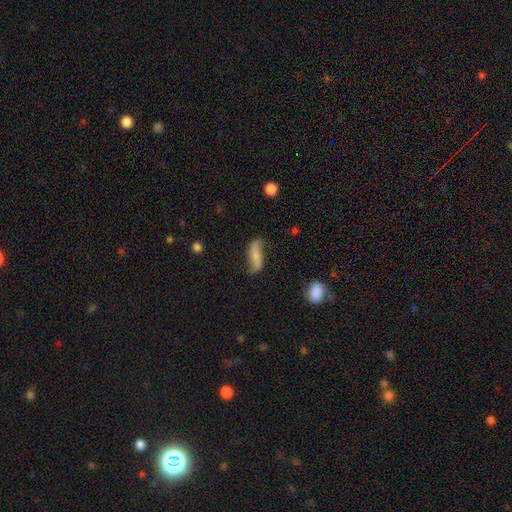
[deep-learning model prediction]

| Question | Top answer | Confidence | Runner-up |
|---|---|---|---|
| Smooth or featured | smooth | 51% | featured or disk (42%) |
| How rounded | in between | 54% | cigar-shaped (42%) |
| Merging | none | 66% | minor disturbance (24%) |